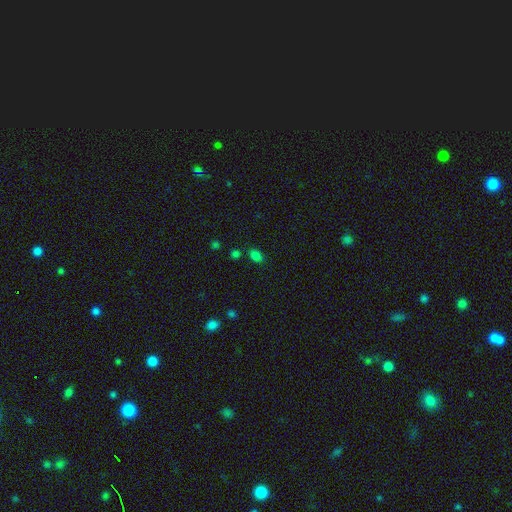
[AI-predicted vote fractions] Overall: smooth (79%). How rounded: in between (82%). Merging: none (79%).